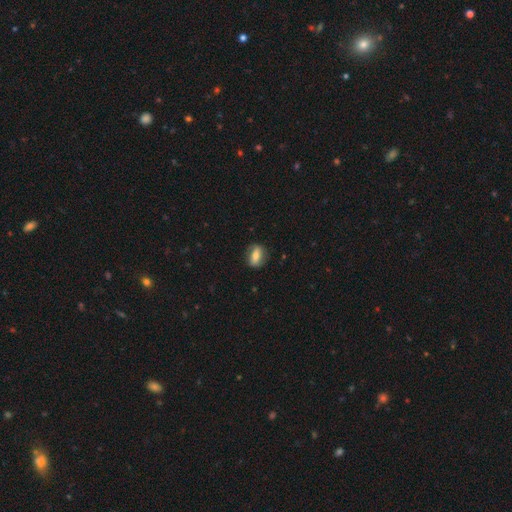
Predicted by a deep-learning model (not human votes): smooth-or-featured: smooth: 60% | featured or disk: 33% | star or artifact: 7%
  how-rounded: in between: 73% | round: 17% | cigar-shaped: 10%
  merging: none: 79% | minor disturbance: 15% | major disturbance: 4% | merger: 1%